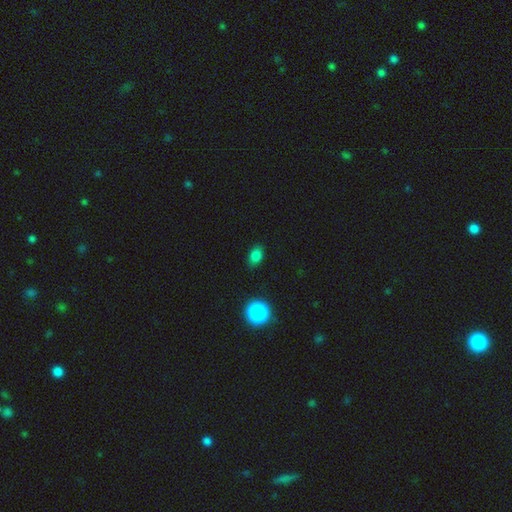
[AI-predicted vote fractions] A smooth galaxy with no disk features (80%) that is in between round and cigar-shaped (76%). Merging: none (83%).